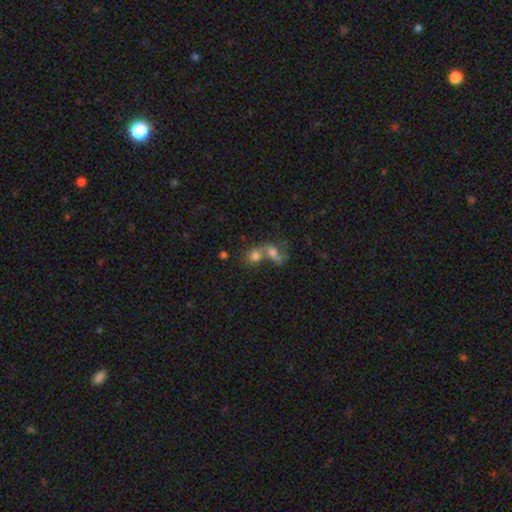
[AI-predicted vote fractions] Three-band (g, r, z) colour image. It shows a smooth galaxy with no disk features (64%) that is round (51%). Merging: merger (70%).